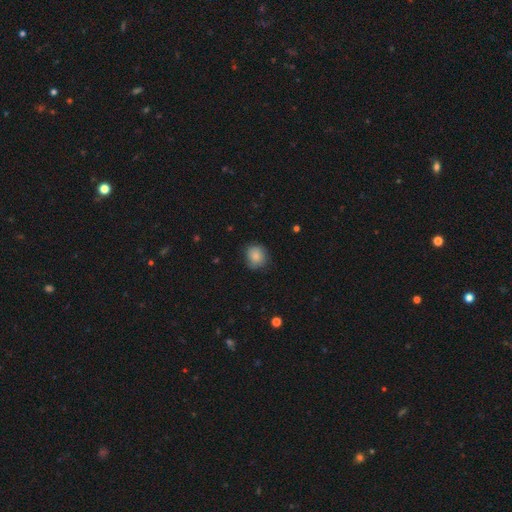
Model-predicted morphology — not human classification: A smooth galaxy with no disk features (85%) that is round (80%).

Vote fractions:
- Smooth or featured? smooth: 85% / star or artifact: 8% / featured or disk: 7%
- How rounded? round: 80% / in between: 19% / cigar-shaped: 1%
- Merging? none: 78% / minor disturbance: 17% / major disturbance: 4% / merger: 1%